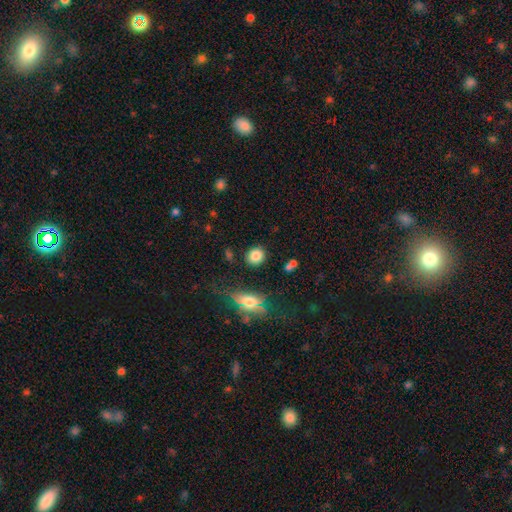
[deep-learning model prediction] A smooth galaxy with no disk features (83%) that is round (74%).

Vote fractions:
- Smooth or featured? smooth: 83% / star or artifact: 11% / featured or disk: 6%
- How rounded? round: 74% / in between: 24% / cigar-shaped: 2%
- Merging? none: 84% / minor disturbance: 9% / merger: 4% / major disturbance: 3%